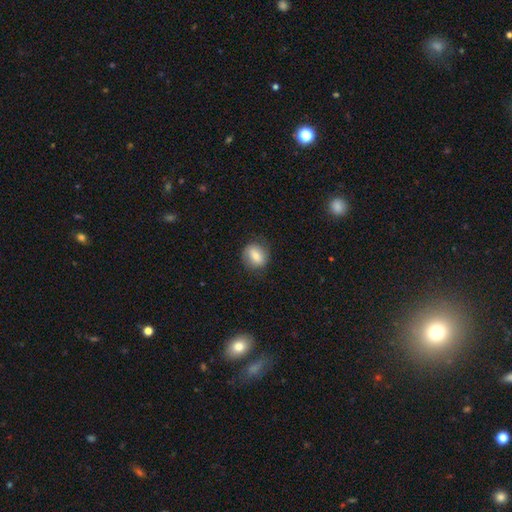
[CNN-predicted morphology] This is likely a smooth galaxy (75%). How rounded: possibly round (57%). Merging: likely none (77%).